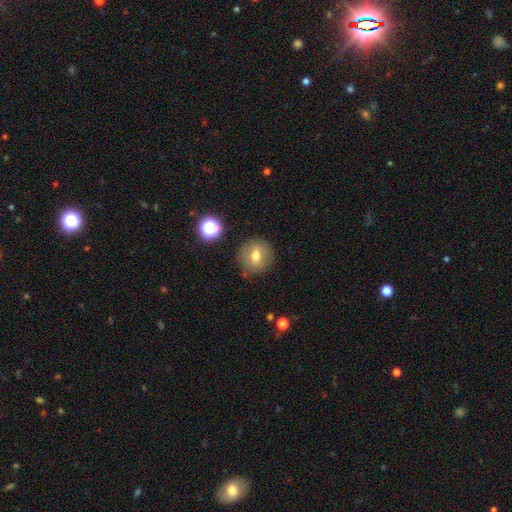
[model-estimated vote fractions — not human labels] Smooth or featured? smooth (67%)
How rounded? round (87%)
Merging? none (85%)